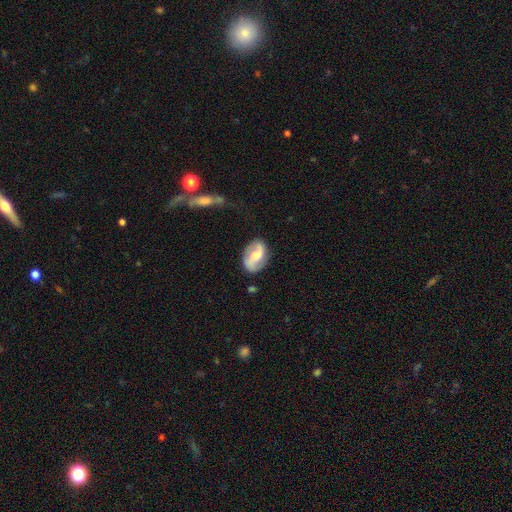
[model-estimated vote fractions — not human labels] This appears to be a featured or disk galaxy (68%) with a weak bar (43%), 2 (87%) medium (41%) spiral arms (88%) and a moderate central bulge (50%). Merging: none (73%).